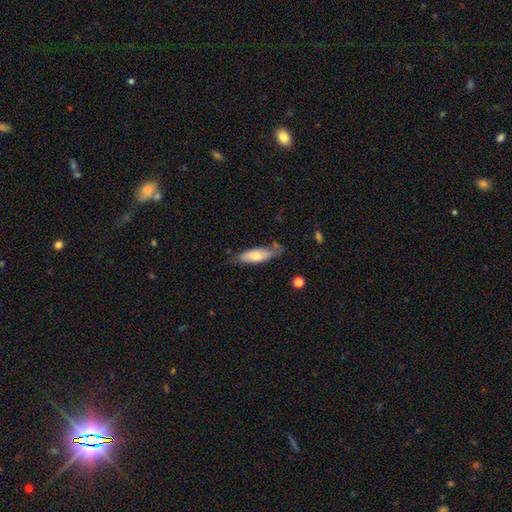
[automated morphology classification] Overall: smooth (70%). How rounded: in between (57%; cigar-shaped 41%). Merging: none (60%; minor disturbance 28%).